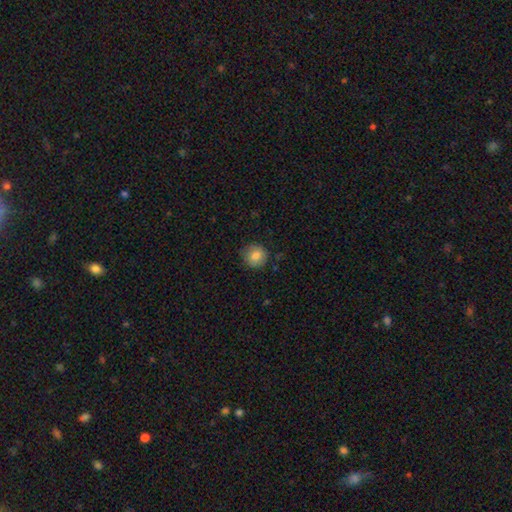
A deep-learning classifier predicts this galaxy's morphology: smooth-or-featured: smooth: 83% | star or artifact: 9% | featured or disk: 8%
  how-rounded: round: 92% | in between: 7% | cigar-shaped: 1%
  merging: none: 85% | minor disturbance: 12% | major disturbance: 3% | merger: 1%